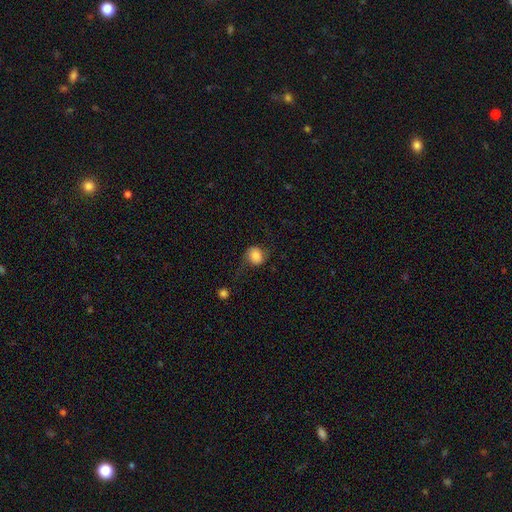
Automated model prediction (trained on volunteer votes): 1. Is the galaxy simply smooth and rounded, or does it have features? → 72% smooth, 18% featured or disk, 10% star or artifact.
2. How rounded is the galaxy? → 69% round, 30% in between, 1% cigar-shaped.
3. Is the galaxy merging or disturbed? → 55% none, 24% minor disturbance, 18% major disturbance, 3% merger.